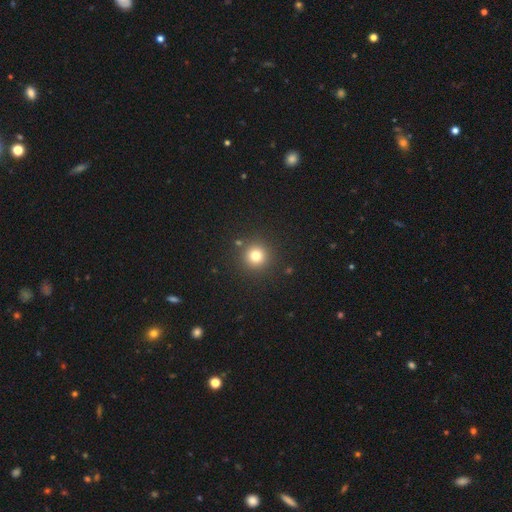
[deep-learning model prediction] Overall: smooth (79%). How rounded: round (95%). Merging: none (90%).